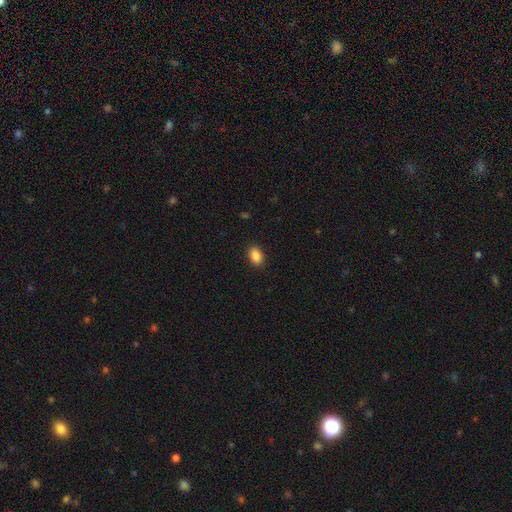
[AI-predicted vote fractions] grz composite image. It shows a smooth galaxy with no disk features (88%) that is in between round and cigar-shaped (88%). Merging: none (89%).